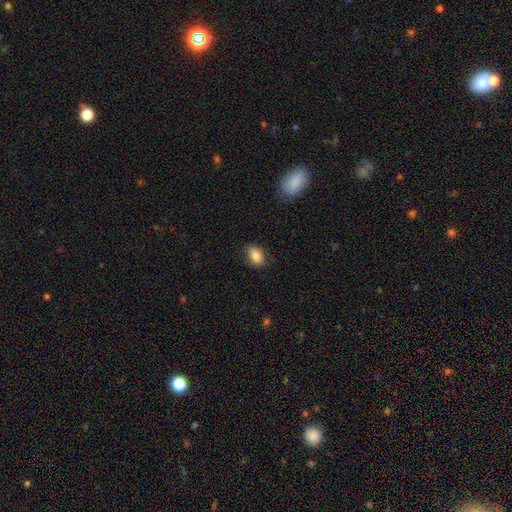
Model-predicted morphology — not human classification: A smooth galaxy with no disk features (84%) that is in between round and cigar-shaped (87%). Merging: none (81%).